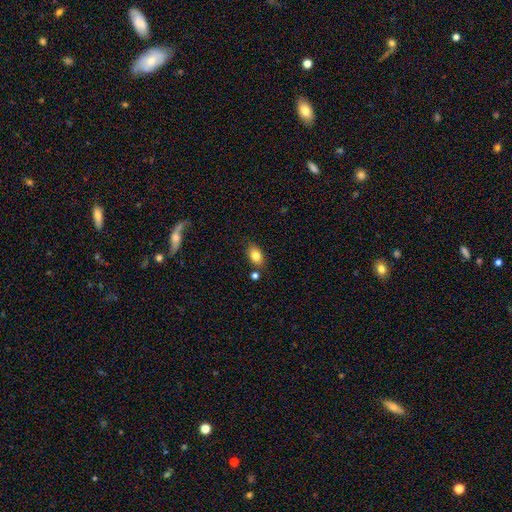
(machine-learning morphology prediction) This appears to be a smooth galaxy with no disk features (81%) that is in between round and cigar-shaped (87%). Merging: none (78%).